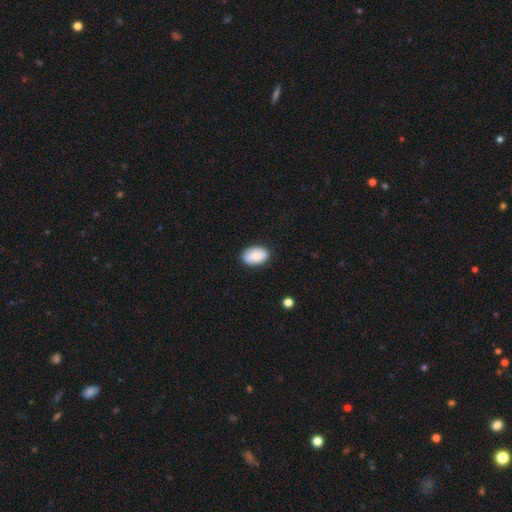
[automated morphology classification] A smooth galaxy with no disk features (89%) that is in between round and cigar-shaped (91%). Merging: none (86%).